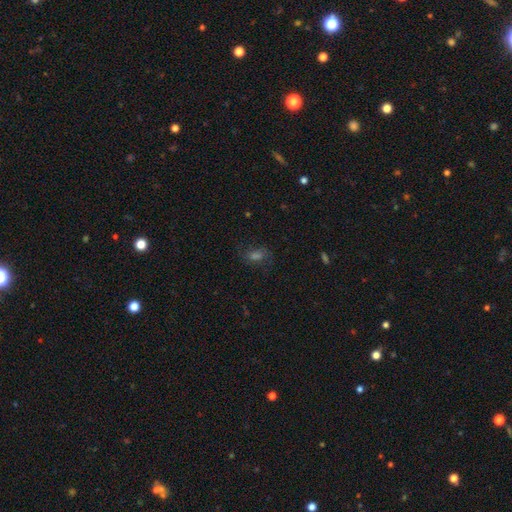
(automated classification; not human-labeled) The model was most divided on "smooth or featured": smooth: 39%, star or artifact: 32%, featured or disk: 30%. More confident: merging — none (72%).